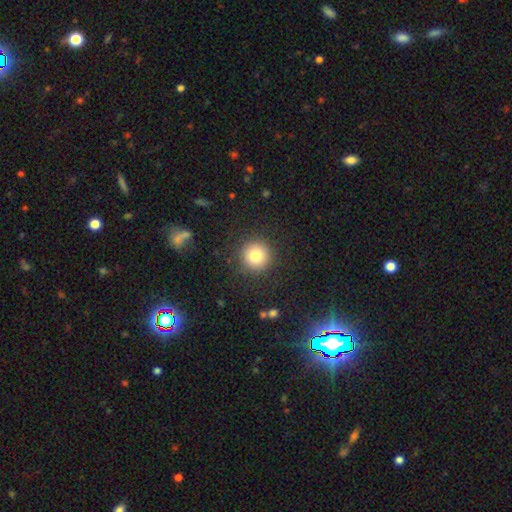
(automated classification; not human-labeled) smooth-or-featured: smooth: 80% | star or artifact: 11% | featured or disk: 8%
  how-rounded: round: 95% | in between: 4% | cigar-shaped: 1%
  merging: none: 90% | minor disturbance: 6% | major disturbance: 3% | merger: 1%